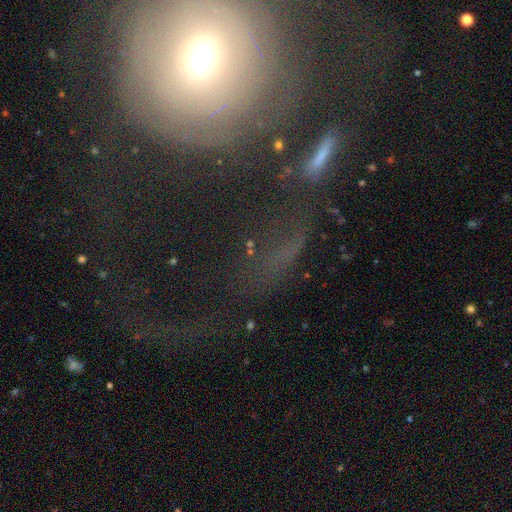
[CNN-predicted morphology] A star or artifact, not a galaxy (38%).